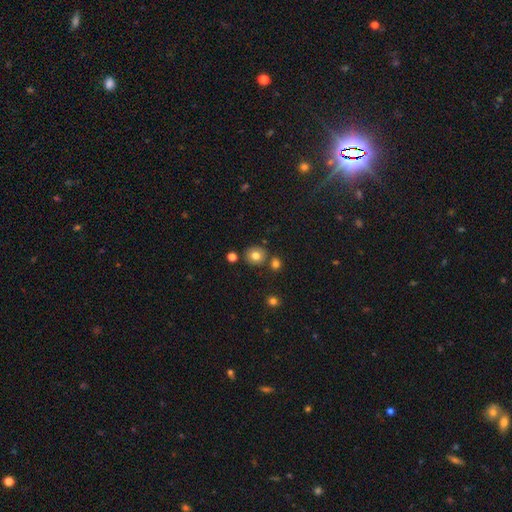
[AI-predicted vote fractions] Overall: smooth (78%). How rounded: round (85%). Merging: none (78%).